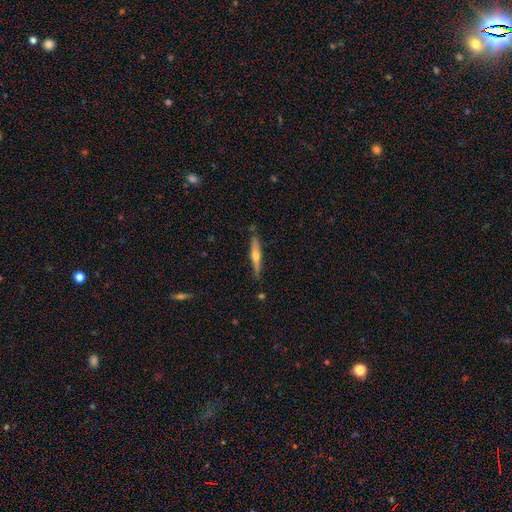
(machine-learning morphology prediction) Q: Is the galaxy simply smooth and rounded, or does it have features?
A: featured or disk — 59%.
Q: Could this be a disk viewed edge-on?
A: yes — 95%.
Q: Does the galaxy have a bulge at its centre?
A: rounded — 88%.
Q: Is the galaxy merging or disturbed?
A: none — 84%.